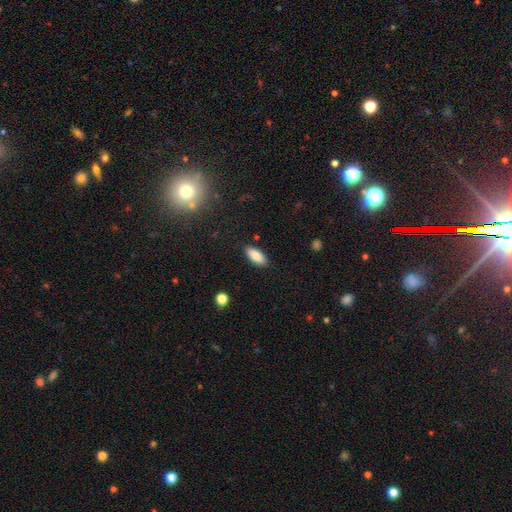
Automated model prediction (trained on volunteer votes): A smooth galaxy with no disk features (84%) that is in between round and cigar-shaped (84%).

Vote fractions:
- Smooth or featured? smooth: 84% / featured or disk: 9% / star or artifact: 7%
- How rounded? in between: 84% / cigar-shaped: 14% / round: 2%
- Merging? none: 88% / minor disturbance: 9% / major disturbance: 2% / merger: 1%